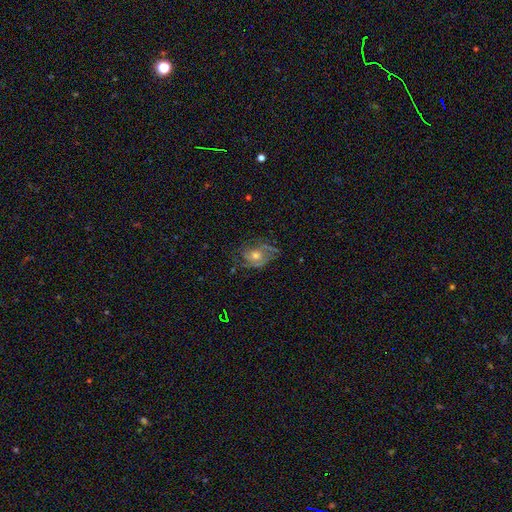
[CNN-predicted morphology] Smooth or featured? featured or disk (73%)
Edge-on disk? no (96%)
Bar? no (77%)
Spiral arms? yes (88%)
Spiral winding? tight (42%)
Spiral arm count? 2 (37%)
Bulge size? moderate (66%)
Merging? none (63%)